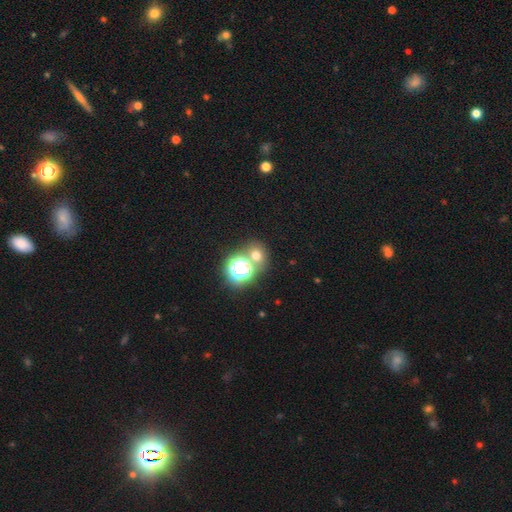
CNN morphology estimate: Smooth or featured? Predicted: smooth (p=0.60). How rounded? Predicted: round (p=0.75). Merging? Predicted: none (p=0.66).